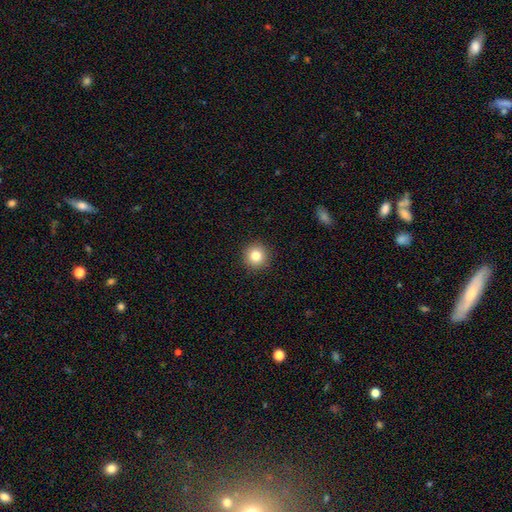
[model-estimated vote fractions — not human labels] The model was most divided on "smooth or featured": smooth: 82%, star or artifact: 11%, featured or disk: 7%. More confident: how rounded — round (95%); merging — none (93%).